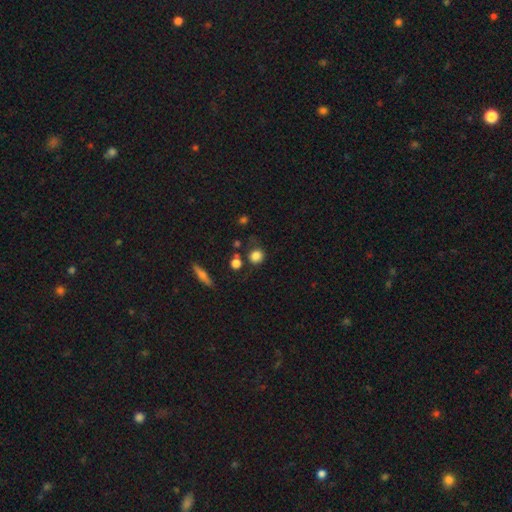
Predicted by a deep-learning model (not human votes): smooth_or_featured: smooth (p=0.83) [alt: star or artifact p=0.11]
how_rounded: round (p=0.86) [alt: in between p=0.12]
merging: none (p=0.70) [alt: minor disturbance p=0.15]